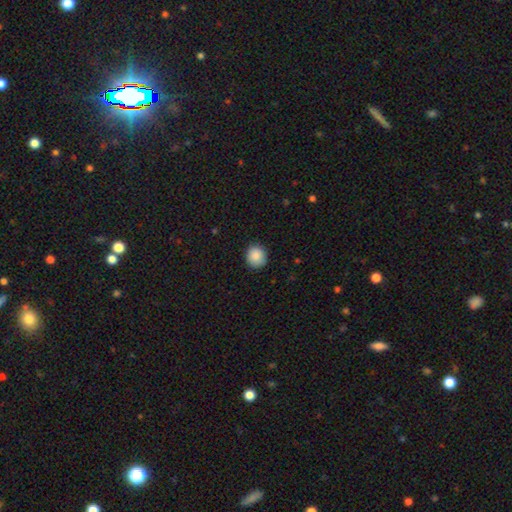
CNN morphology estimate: smooth_or_featured: smooth (p=0.89) [alt: star or artifact p=0.08]
how_rounded: round (p=0.85) [alt: in between p=0.14]
merging: none (p=0.89) [alt: minor disturbance p=0.08]